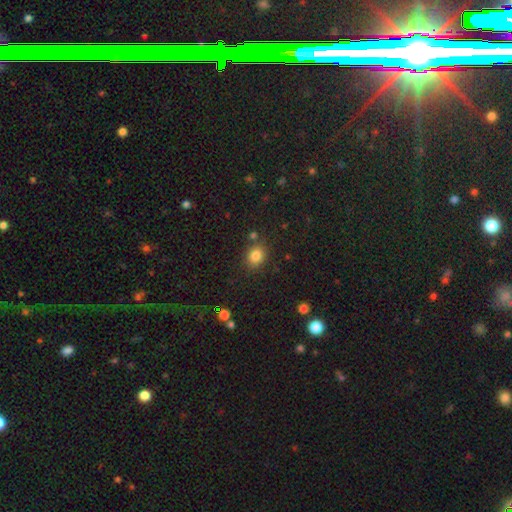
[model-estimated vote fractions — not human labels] smooth 82%, star or artifact 12%, featured or disk 6%. Down the decision tree: how rounded — round (63%); merging — none (79%).